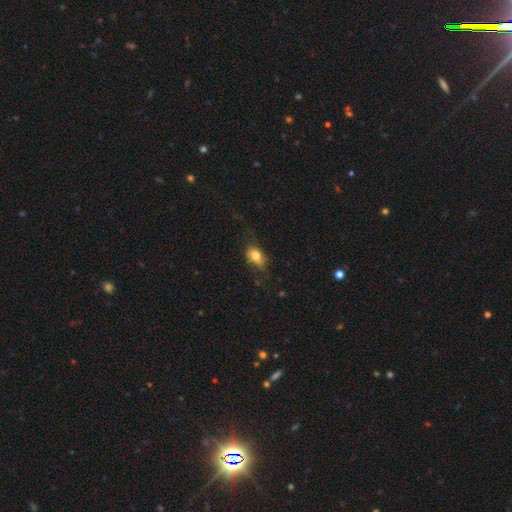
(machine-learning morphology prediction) Overall: smooth (77%). How rounded: in between (80%). Merging: none (55%; minor disturbance 28%).